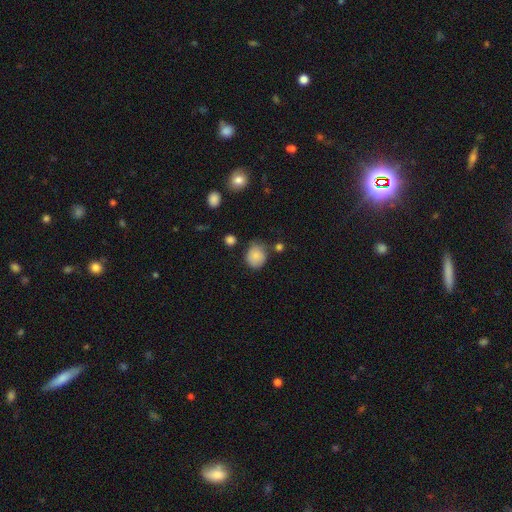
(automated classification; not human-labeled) A smooth galaxy with no disk features (83%) that is round (70%).

Vote fractions:
- Smooth or featured? smooth: 83% / star or artifact: 10% / featured or disk: 8%
- How rounded? round: 70% / in between: 29% / cigar-shaped: 1%
- Merging? none: 64% / minor disturbance: 25% / major disturbance: 6% / merger: 5%